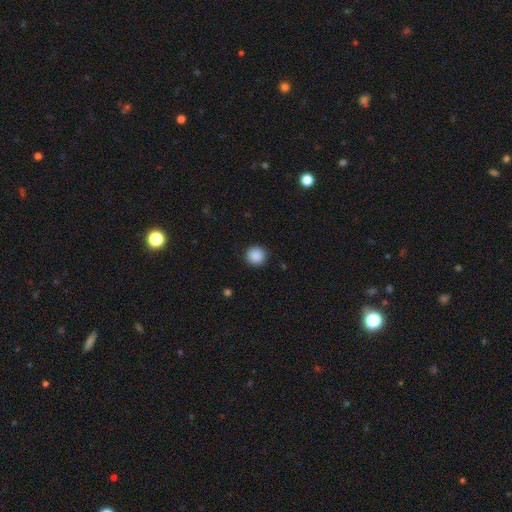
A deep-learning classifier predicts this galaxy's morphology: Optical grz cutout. It shows a smooth galaxy with no disk features (89%) that is round (95%). Merging: none (91%).